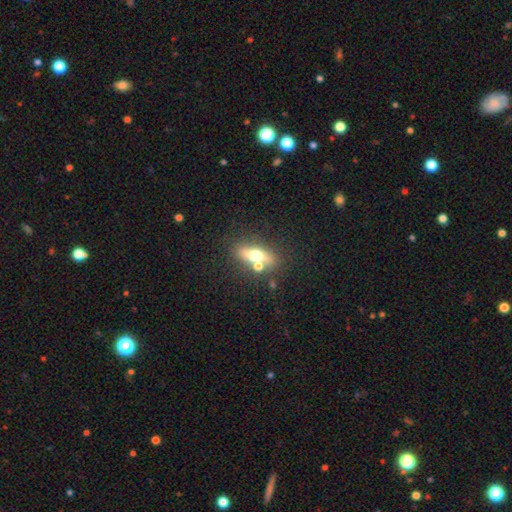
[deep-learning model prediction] smooth_or_featured: smooth (p=0.48) [alt: featured or disk p=0.42]
merging: none (p=0.64) [alt: merger p=0.20]